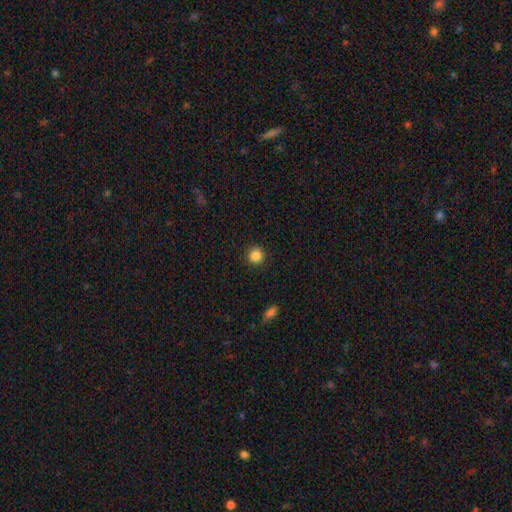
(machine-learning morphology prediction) This appears to be a smooth galaxy with no disk features (86%) that is round (94%). Merging: none (91%).